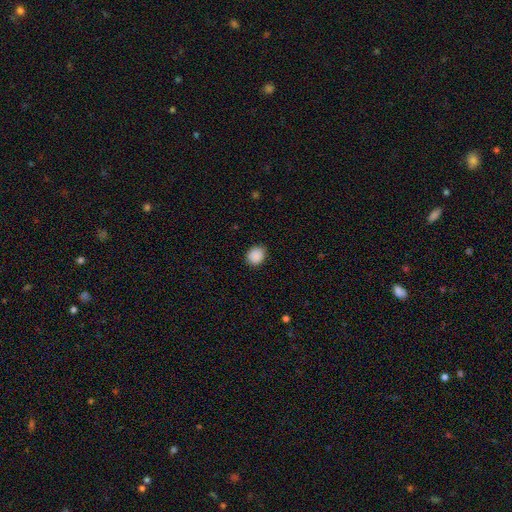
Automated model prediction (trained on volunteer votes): A smooth galaxy with no disk features (89%) that is round (61%). Merging: none (87%).